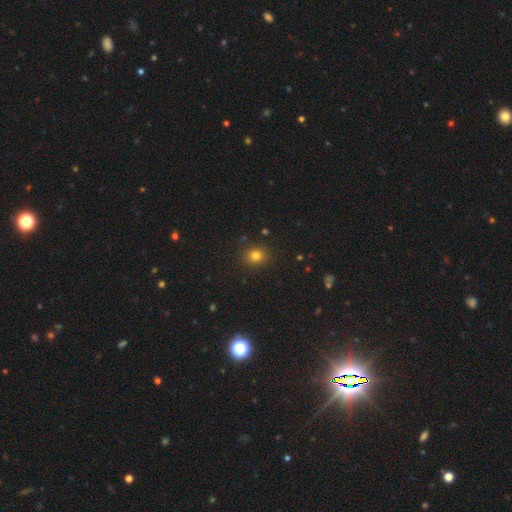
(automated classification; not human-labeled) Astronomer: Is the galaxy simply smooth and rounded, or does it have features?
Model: smooth — 79%.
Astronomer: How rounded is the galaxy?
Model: round — 85%.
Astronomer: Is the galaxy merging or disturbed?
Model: none — 89%.